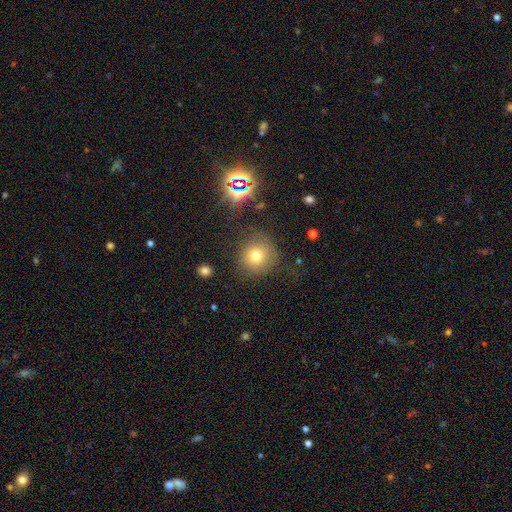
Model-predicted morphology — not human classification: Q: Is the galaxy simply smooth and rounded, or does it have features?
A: smooth — 71%.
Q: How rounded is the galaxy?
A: round — 90%.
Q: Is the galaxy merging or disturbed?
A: none — 77%.